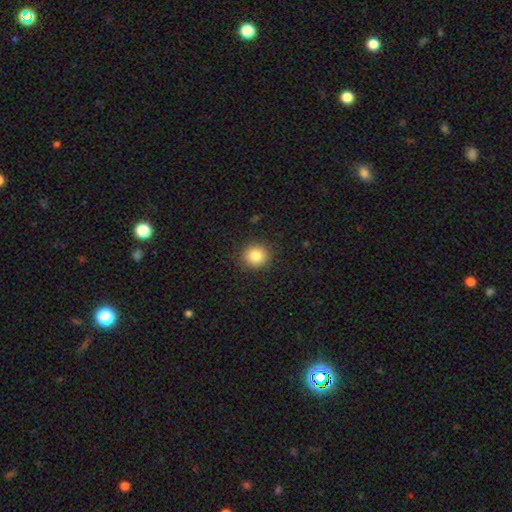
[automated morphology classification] Smooth or featured: smooth — 84% (star or artifact — 10%)
How rounded: round — 89% (in between — 10%)
Merging: none — 90% (minor disturbance — 7%)